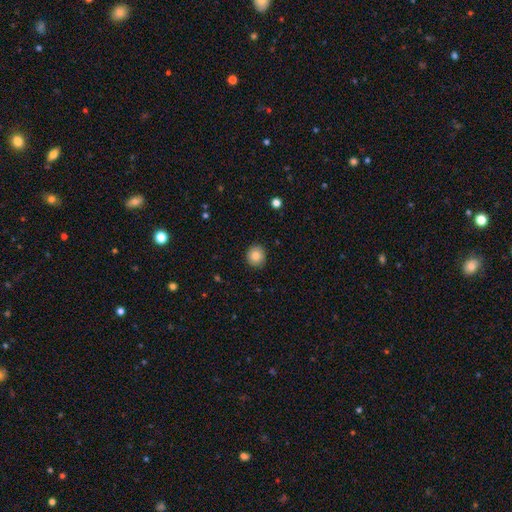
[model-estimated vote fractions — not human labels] Overall: smooth (83%). How rounded: round (89%). Merging: none (91%).